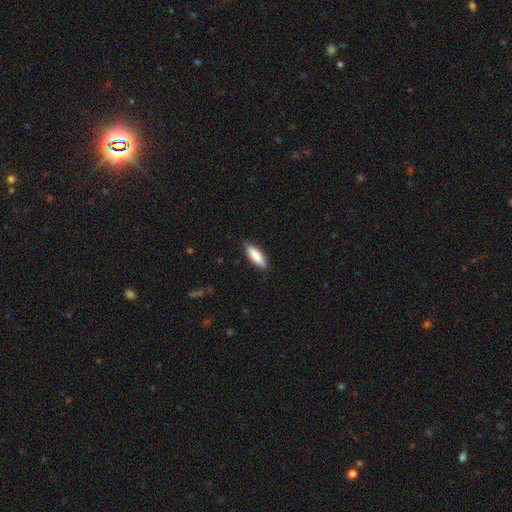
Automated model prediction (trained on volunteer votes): Overall: smooth (85%). How rounded: in between (57%; cigar-shaped 41%). Merging: none (83%).